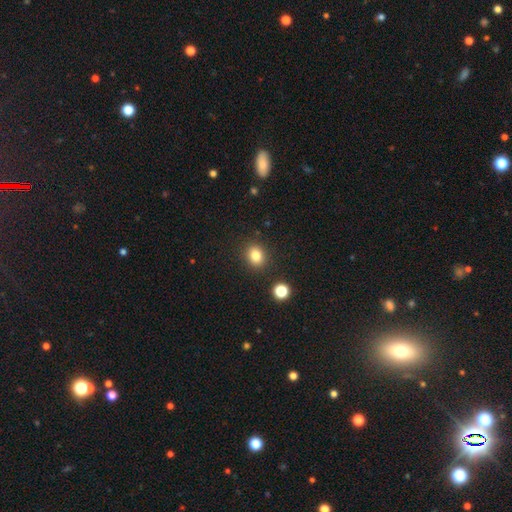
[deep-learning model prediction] Smooth or featured? smooth (82%)
How rounded? round (60%)
Merging? none (88%)